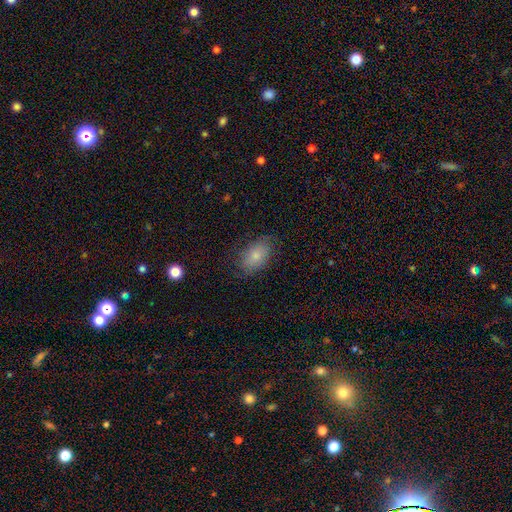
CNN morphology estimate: smooth-or-featured: smooth: 78% | featured or disk: 15% | star or artifact: 7%
  how-rounded: in between: 89% | round: 9% | cigar-shaped: 2%
  merging: none: 74% | minor disturbance: 19% | major disturbance: 6% | merger: 1%